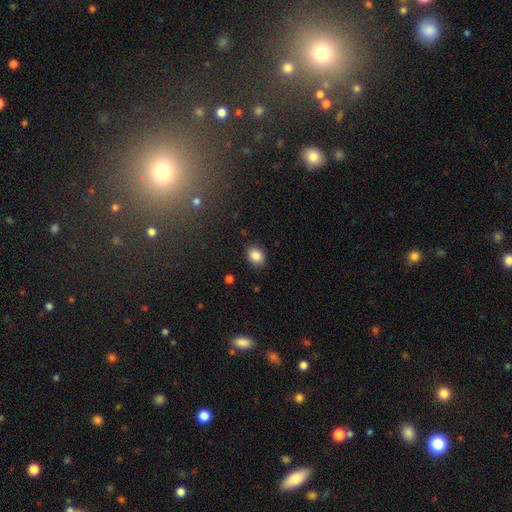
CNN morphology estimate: smooth_or_featured: smooth (p=0.86) [alt: star or artifact p=0.09]
how_rounded: in between (p=0.55) [alt: round p=0.44]
merging: none (p=0.87) [alt: minor disturbance p=0.09]